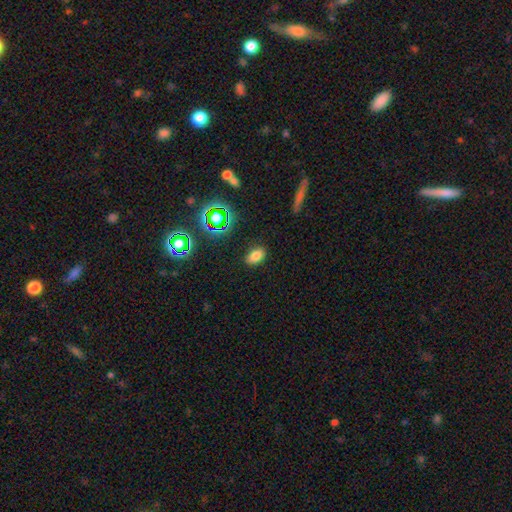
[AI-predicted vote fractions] smooth 74%, star or artifact 18%, featured or disk 8%. Down the decision tree: how rounded — in between (88%); merging — none (86%).